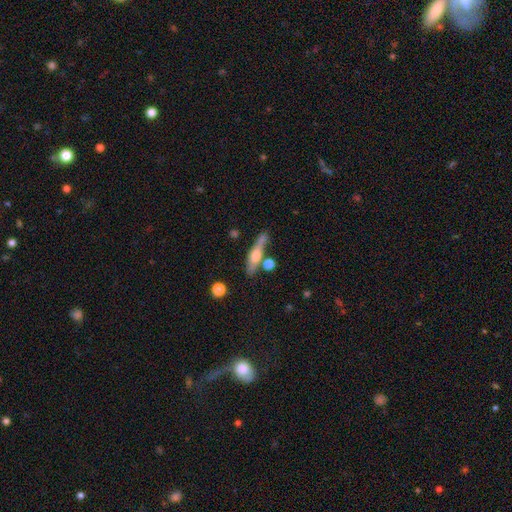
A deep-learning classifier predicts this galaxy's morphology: Smooth or featured? Predicted: featured or disk (p=0.51). Edge-on disk? Predicted: yes (p=0.89). Merging? Predicted: none (p=0.66).